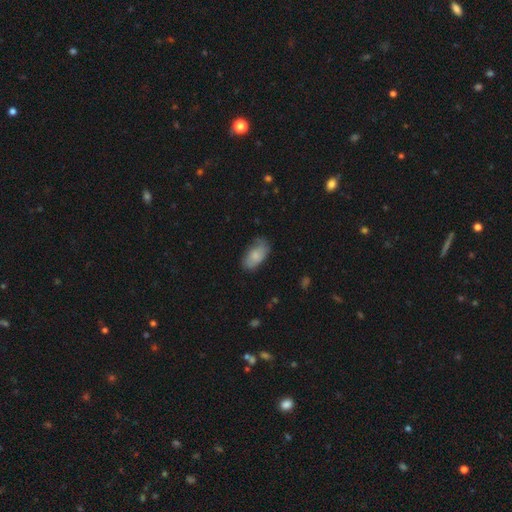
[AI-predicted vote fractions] Smooth or featured? Predicted: smooth (p=0.76). How rounded? Predicted: in between (p=0.93). Merging? Predicted: none (p=0.61).